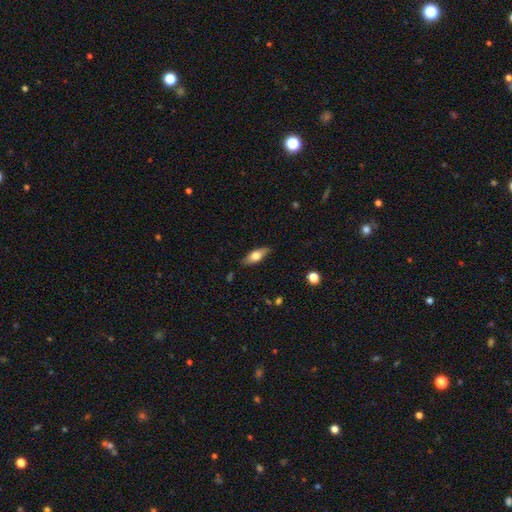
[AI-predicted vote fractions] A smooth galaxy with no disk features (65%) that is in between round and cigar-shaped (69%).

Vote fractions:
- Smooth or featured? smooth: 65% / featured or disk: 29% / star or artifact: 6%
- How rounded? in between: 69% / cigar-shaped: 28% / round: 3%
- Merging? none: 85% / minor disturbance: 12% / major disturbance: 2% / merger: 1%